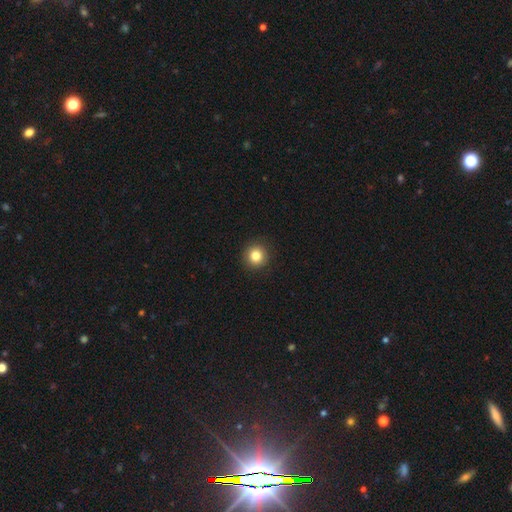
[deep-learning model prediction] The model was most divided on "smooth or featured": smooth: 83%, star or artifact: 11%, featured or disk: 6%. More confident: how rounded — round (94%); merging — none (92%).